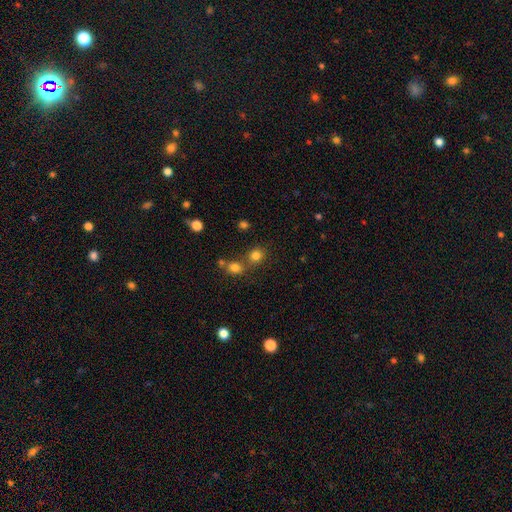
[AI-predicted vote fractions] smooth 79%, star or artifact 15%, featured or disk 6%. Down the decision tree: how rounded — round (82%); merging — none (63%).